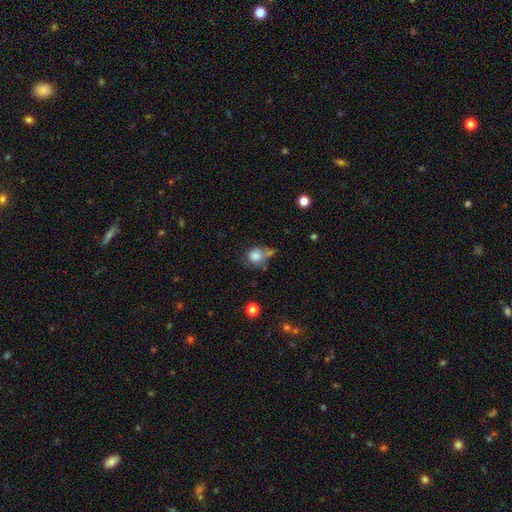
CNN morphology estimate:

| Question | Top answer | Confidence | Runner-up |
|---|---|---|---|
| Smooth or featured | smooth | 79% | featured or disk (11%) |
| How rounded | round | 71% | in between (28%) |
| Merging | none | 39% | minor disturbance (26%) |